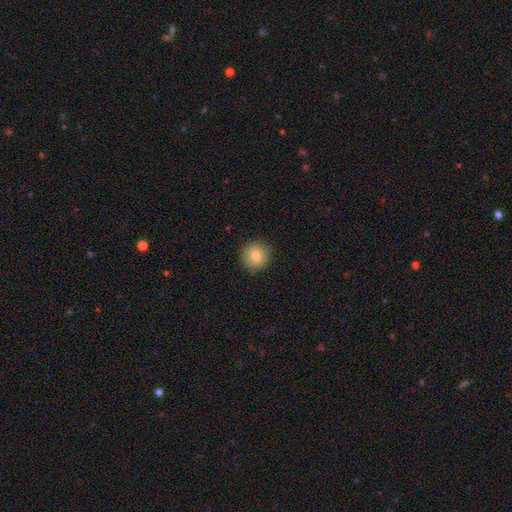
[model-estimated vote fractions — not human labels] A smooth galaxy with no disk features (79%) that is round (93%). Merging: none (86%).